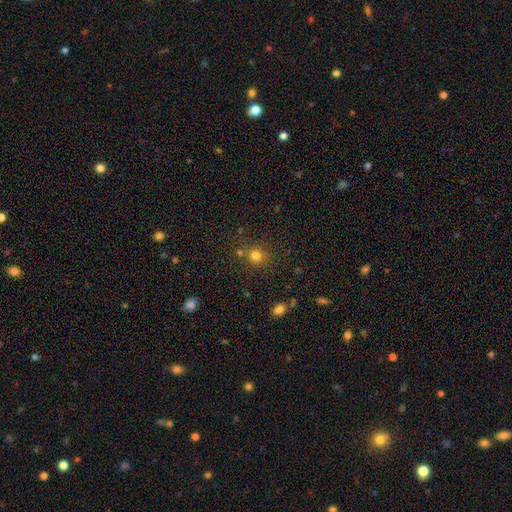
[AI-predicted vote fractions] This appears to be a smooth galaxy with no disk features (77%) that is round (85%). Merging: none (74%).